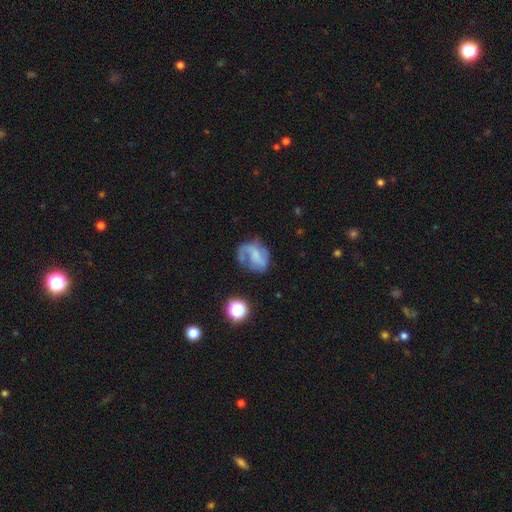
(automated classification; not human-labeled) The model was most divided on "bar": no: 46%, weak: 39%, strong: 15%. Remaining: edge-on disk — no (97%); spiral arms — yes (76%); smooth or featured — featured or disk (58%); bulge size — none (51%); merging — none (46%).